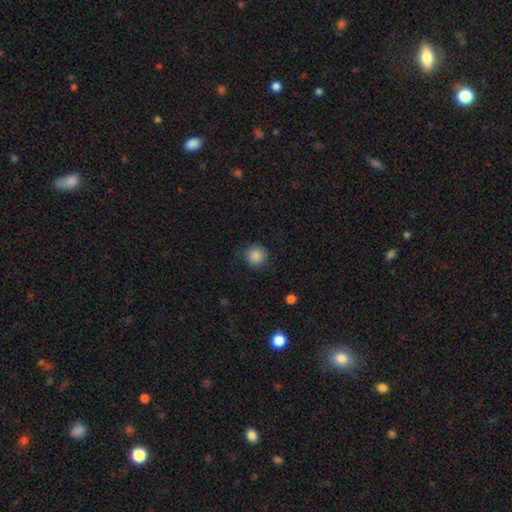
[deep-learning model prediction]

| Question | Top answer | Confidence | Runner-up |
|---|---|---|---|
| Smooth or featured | smooth | 87% | star or artifact (9%) |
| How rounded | round | 93% | in between (6%) |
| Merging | none | 83% | minor disturbance (12%) |